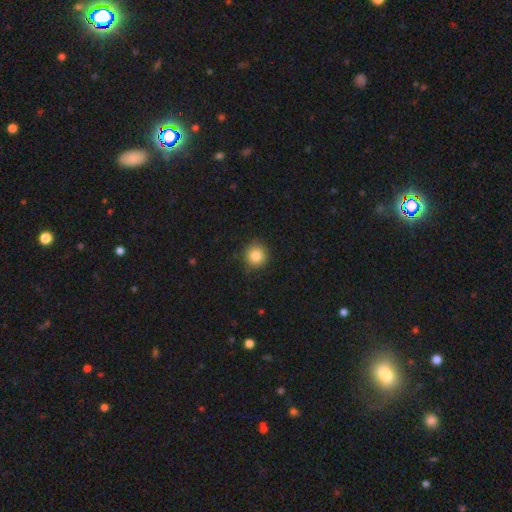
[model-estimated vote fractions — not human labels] Overall: smooth (85%). How rounded: round (91%). Merging: none (86%).